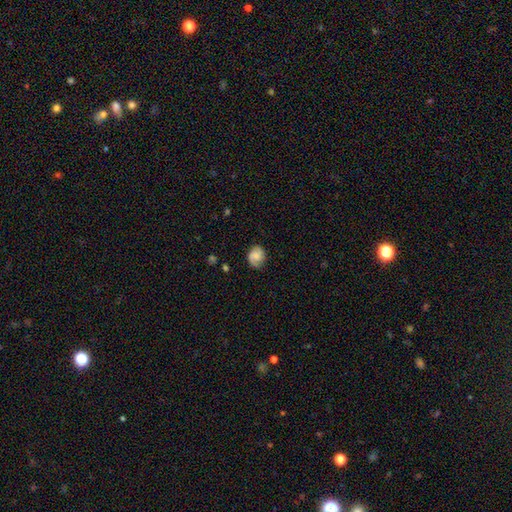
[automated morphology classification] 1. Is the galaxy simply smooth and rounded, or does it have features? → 63% smooth, 28% featured or disk, 9% star or artifact.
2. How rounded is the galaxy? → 63% round, 36% in between, 1% cigar-shaped.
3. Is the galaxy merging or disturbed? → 70% none, 22% minor disturbance, 7% major disturbance, 1% merger.